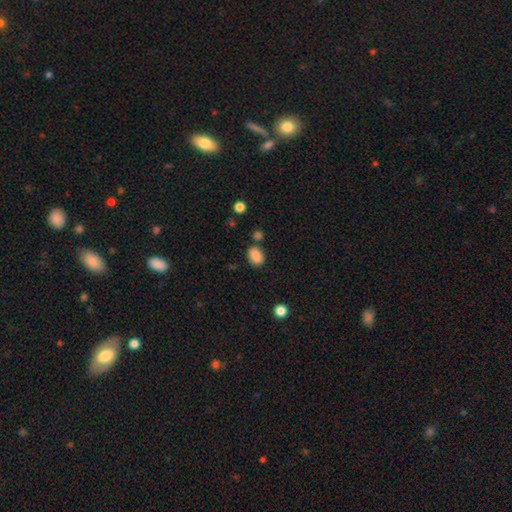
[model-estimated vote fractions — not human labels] Morphology: type=smooth (87%); roundness=in between (73%); merging=none (78%).